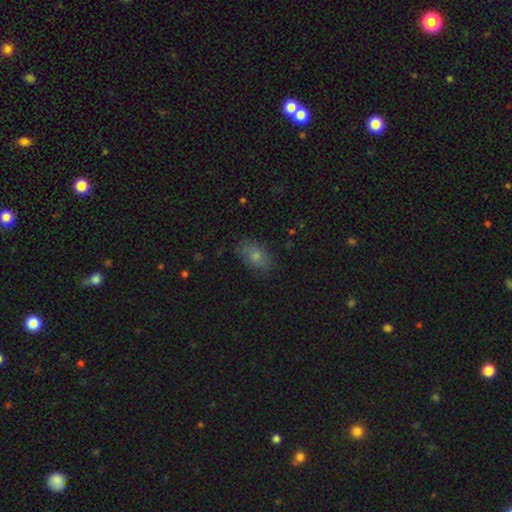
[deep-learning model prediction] This is likely a smooth galaxy (76%). How rounded: clearly in between (90%). Merging: likely none (77%).